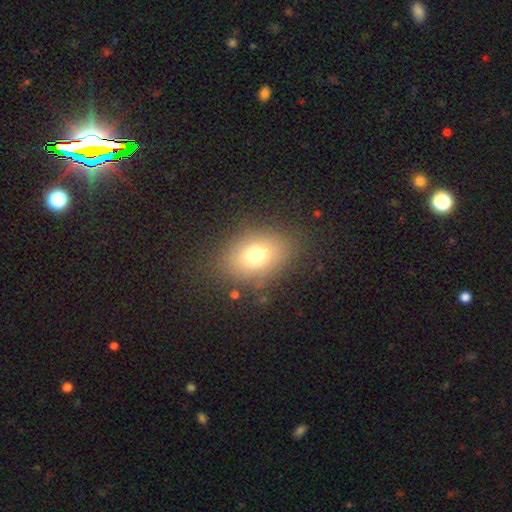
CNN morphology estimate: Smooth or featured?
  - smooth: 70% *
  - star or artifact: 16%
  - featured or disk: 14%
How rounded?
  - in between: 64% *
  - round: 35%
  - cigar-shaped: 1%
Merging?
  - none: 80% *
  - minor disturbance: 11%
  - major disturbance: 7%
  - merger: 2%